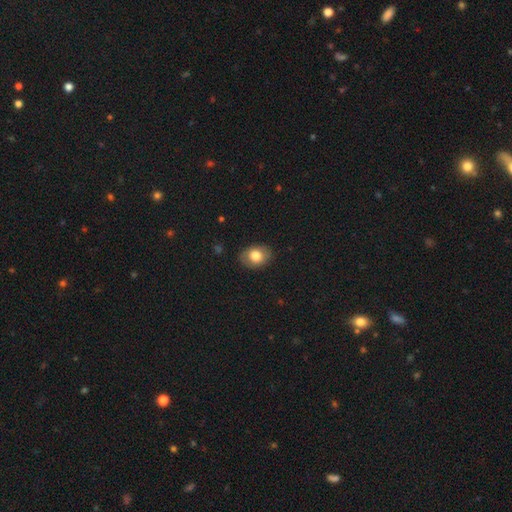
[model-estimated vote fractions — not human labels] Smooth or featured?
  - smooth: 78% *
  - featured or disk: 14%
  - star or artifact: 8%
How rounded?
  - in between: 66% *
  - round: 33%
  - cigar-shaped: 1%
Merging?
  - none: 86% *
  - minor disturbance: 10%
  - major disturbance: 2%
  - merger: 1%